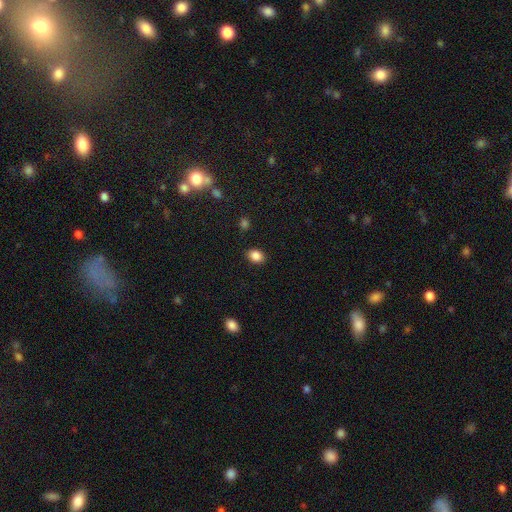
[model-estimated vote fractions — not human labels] Morphology: type=smooth (86%); roundness=in between (65%); merging=none (87%).